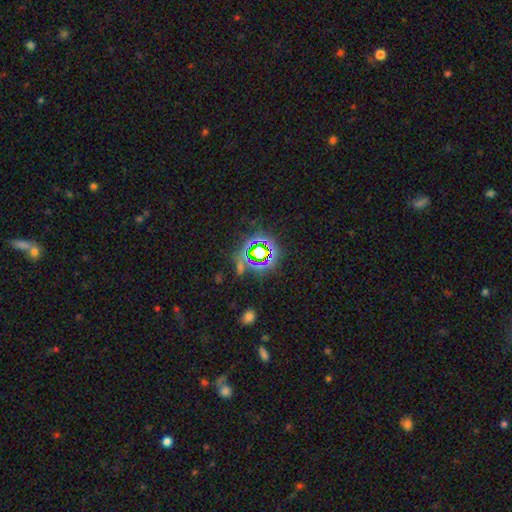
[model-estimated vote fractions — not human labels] smooth_or_featured: star or artifact (p=0.70) [alt: smooth p=0.18]